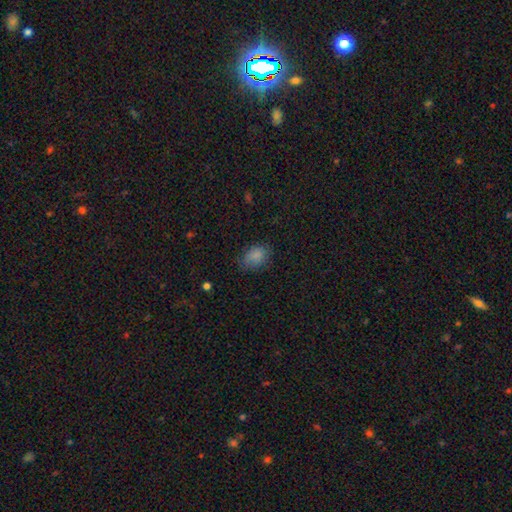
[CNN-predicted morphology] Q: Smooth or featured?
A: smooth (84%); runner-up: star or artifact (10%)
Q: How rounded?
A: in between (76%); runner-up: round (23%)
Q: Merging?
A: none (71%); runner-up: minor disturbance (22%)